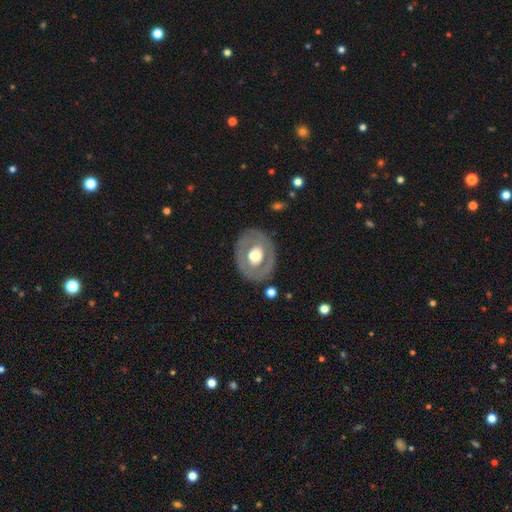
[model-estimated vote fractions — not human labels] Smooth or featured? Predicted: featured or disk (p=0.58). Edge-on disk? Predicted: no (p=0.94). Bar? Predicted: no (p=0.75). Spiral arms? Predicted: no (p=0.83). Bulge size? Predicted: moderate (p=0.52). Merging? Predicted: none (p=0.78).